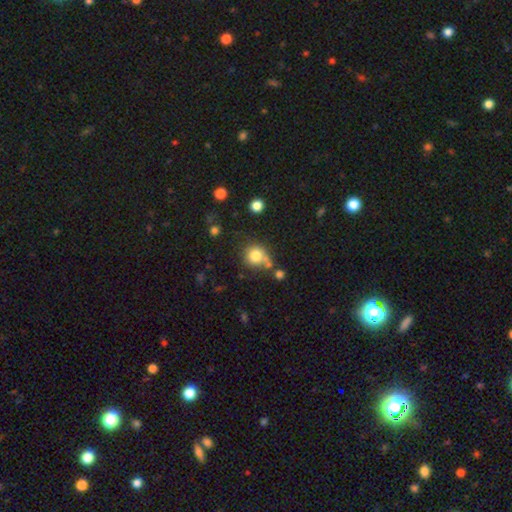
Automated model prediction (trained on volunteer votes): Smooth or featured: smooth — 80% (star or artifact — 12%)
How rounded: round — 89% (in between — 10%)
Merging: none — 63% (merger — 18%)